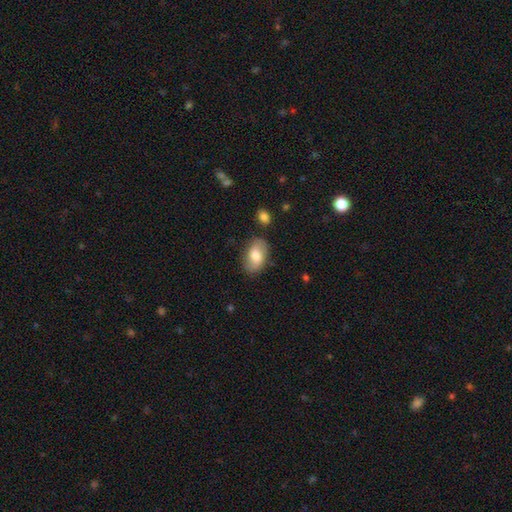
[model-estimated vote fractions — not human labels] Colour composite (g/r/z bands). It shows a smooth galaxy with no disk features (74%) that is in between round and cigar-shaped (91%). Merging: none (78%).